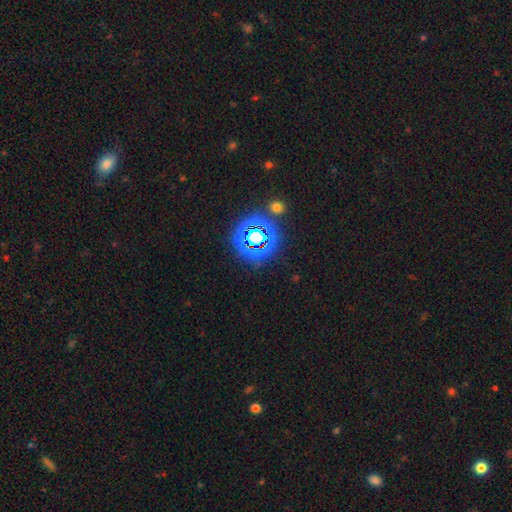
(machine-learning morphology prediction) Q: Smooth or featured?
A: star or artifact (70%); runner-up: smooth (23%)